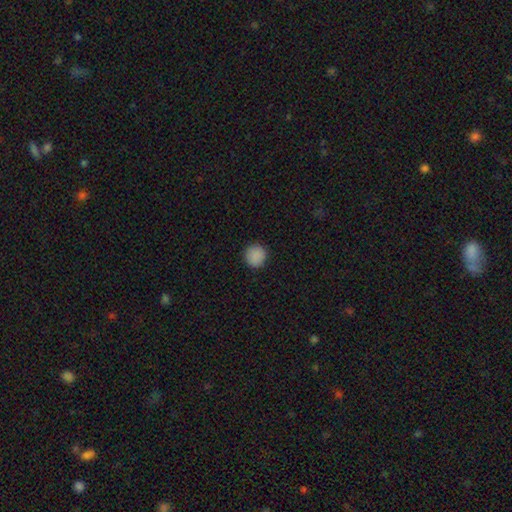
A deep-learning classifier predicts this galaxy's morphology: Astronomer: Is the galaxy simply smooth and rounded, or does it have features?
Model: smooth — 88%.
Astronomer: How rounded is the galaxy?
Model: round — 94%.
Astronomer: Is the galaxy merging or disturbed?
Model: none — 91%.